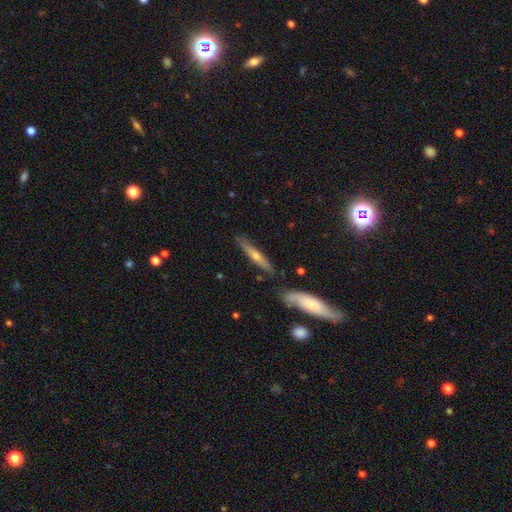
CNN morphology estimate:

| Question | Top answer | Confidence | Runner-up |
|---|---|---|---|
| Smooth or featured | featured or disk | 58% | smooth (31%) |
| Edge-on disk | yes | 88% | no (12%) |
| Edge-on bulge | rounded | 75% | none (19%) |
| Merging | none | 80% | minor disturbance (13%) |